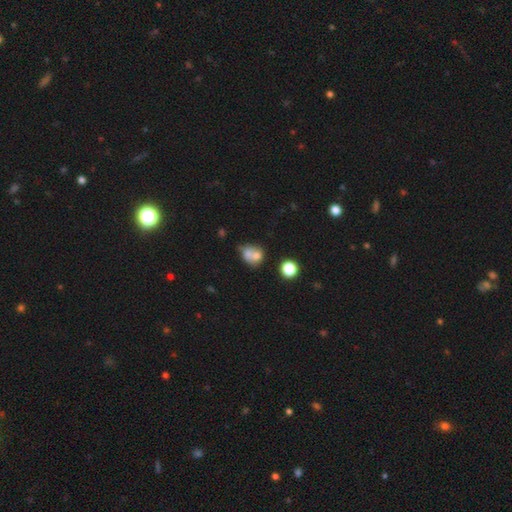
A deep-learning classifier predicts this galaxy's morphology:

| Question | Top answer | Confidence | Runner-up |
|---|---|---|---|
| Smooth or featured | smooth | 70% | featured or disk (18%) |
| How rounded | round | 61% | in between (38%) |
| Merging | merger | 56% | none (27%) |